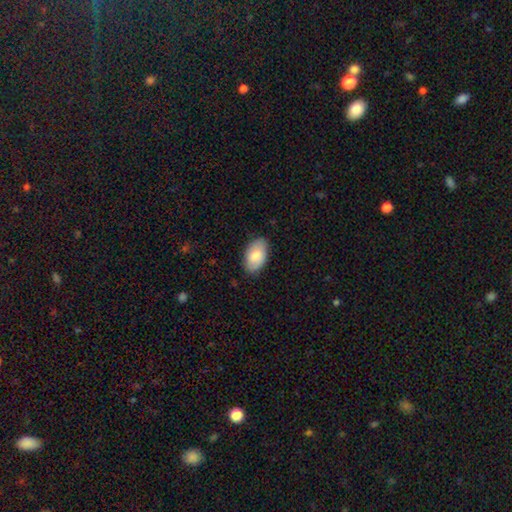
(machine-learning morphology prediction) type=smooth (77%); roundness=in between (94%); merging=none (84%).